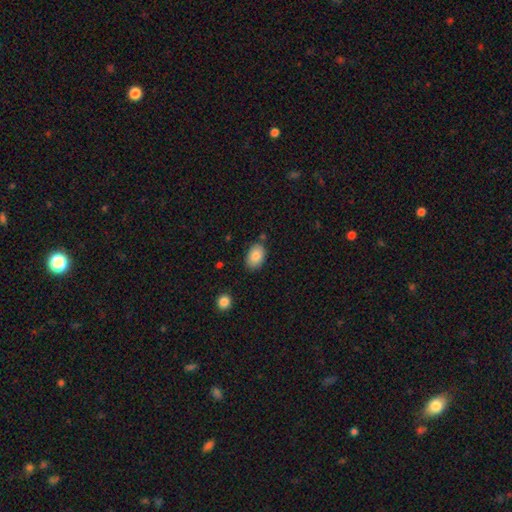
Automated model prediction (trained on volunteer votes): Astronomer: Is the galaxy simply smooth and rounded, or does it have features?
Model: smooth — 85%.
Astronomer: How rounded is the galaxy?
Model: in between — 87%.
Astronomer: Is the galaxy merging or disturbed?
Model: none — 79%.